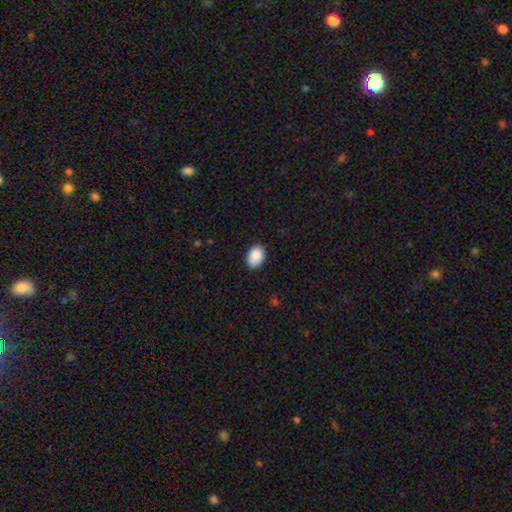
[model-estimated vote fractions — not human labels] Smooth or featured?
  - smooth: 90% *
  - star or artifact: 7%
  - featured or disk: 3%
How rounded?
  - in between: 82% *
  - round: 17%
  - cigar-shaped: 1%
Merging?
  - none: 84% *
  - minor disturbance: 12%
  - major disturbance: 2%
  - merger: 1%